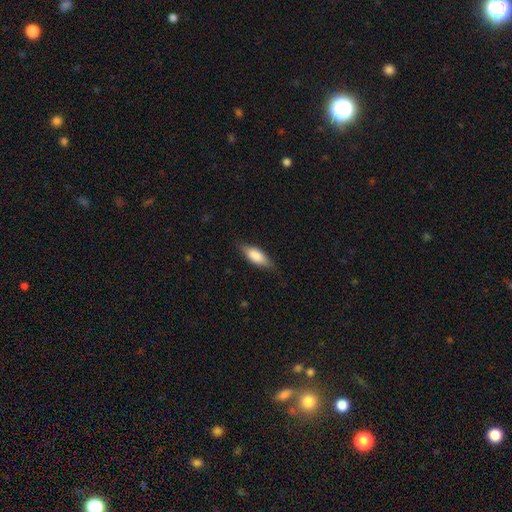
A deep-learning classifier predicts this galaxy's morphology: The model was most divided on "how rounded": in between: 73%, cigar-shaped: 25%, round: 2%. More confident: smooth or featured — smooth (81%); merging — none (78%).